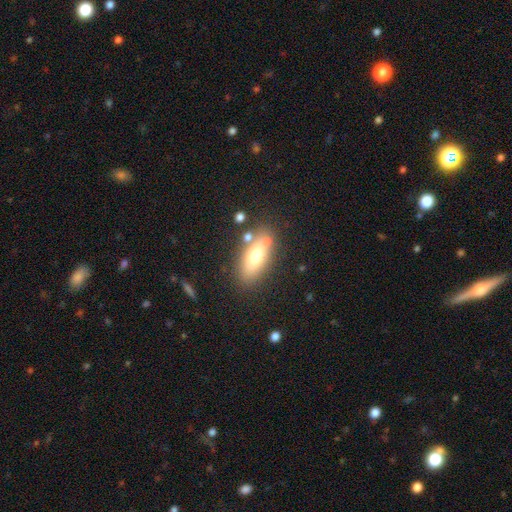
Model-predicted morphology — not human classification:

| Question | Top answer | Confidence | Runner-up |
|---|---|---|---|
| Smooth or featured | smooth | 69% | featured or disk (22%) |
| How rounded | in between | 80% | cigar-shaped (16%) |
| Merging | none | 73% | minor disturbance (13%) |